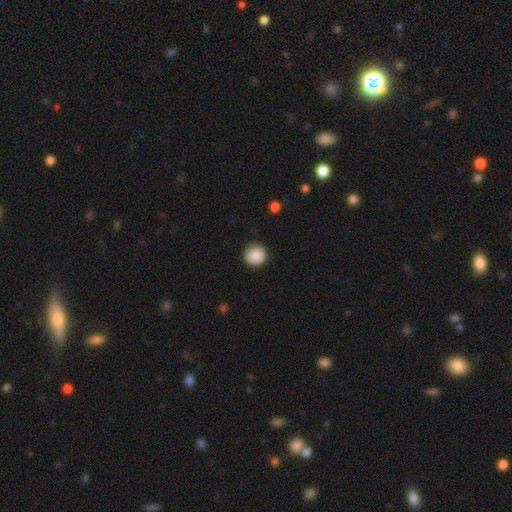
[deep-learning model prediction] Overall: smooth (89%). How rounded: round (92%). Merging: none (90%).